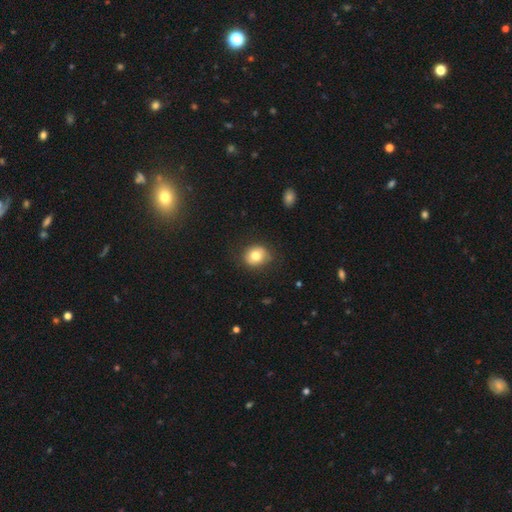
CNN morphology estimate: Q: Smooth or featured?
A: smooth (78%); runner-up: featured or disk (14%)
Q: How rounded?
A: round (69%); runner-up: in between (30%)
Q: Merging?
A: none (80%); runner-up: minor disturbance (15%)